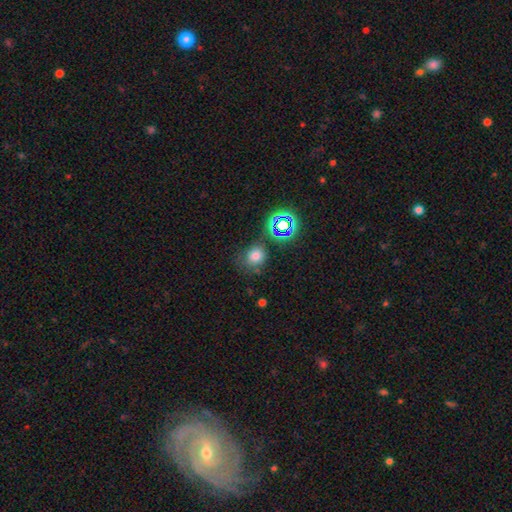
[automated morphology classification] smooth-or-featured: smooth: 70% | star or artifact: 21% | featured or disk: 9%
  how-rounded: round: 71% | in between: 27% | cigar-shaped: 1%
  merging: none: 67% | minor disturbance: 18% | merger: 8% | major disturbance: 7%